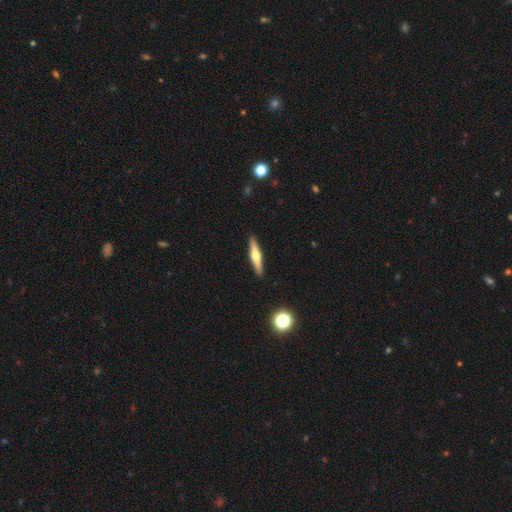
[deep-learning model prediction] The model was most divided on "smooth or featured": featured or disk: 60%, smooth: 33%, star or artifact: 6%. More confident: edge-on disk — yes (97%); edge-on bulge — rounded (92%); merging — none (91%).